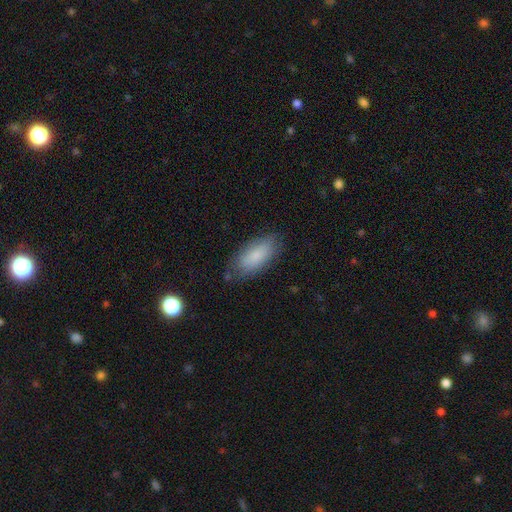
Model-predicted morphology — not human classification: smooth-or-featured: smooth: 82% | featured or disk: 11% | star or artifact: 7%
  how-rounded: in between: 84% | cigar-shaped: 14% | round: 2%
  merging: none: 76% | minor disturbance: 18% | major disturbance: 5% | merger: 2%